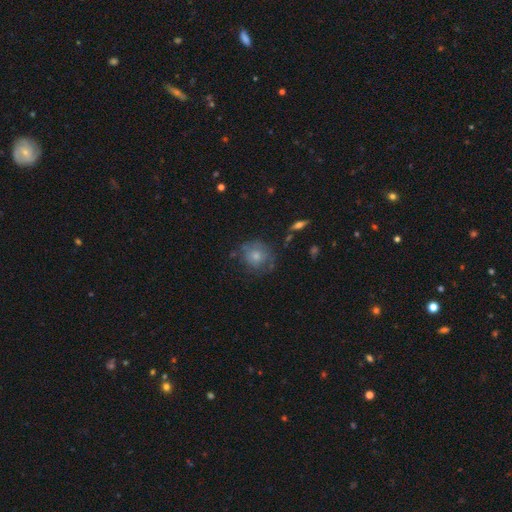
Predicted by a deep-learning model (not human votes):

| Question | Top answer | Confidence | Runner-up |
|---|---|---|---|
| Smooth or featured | smooth | 69% | featured or disk (22%) |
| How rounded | round | 85% | in between (14%) |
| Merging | none | 65% | minor disturbance (23%) |